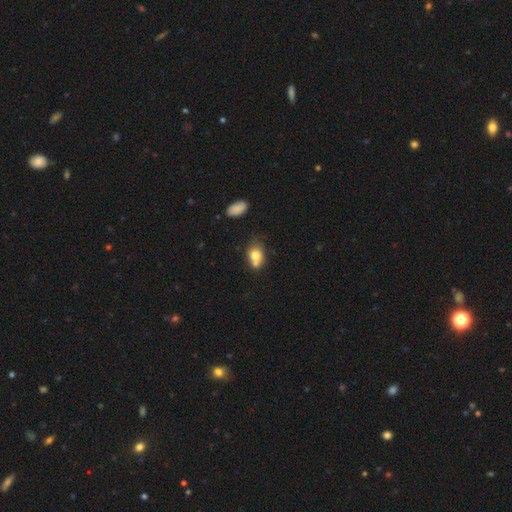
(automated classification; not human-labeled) A smooth galaxy with no disk features (74%) that is in between round and cigar-shaped (60%). Merging: none (40%).